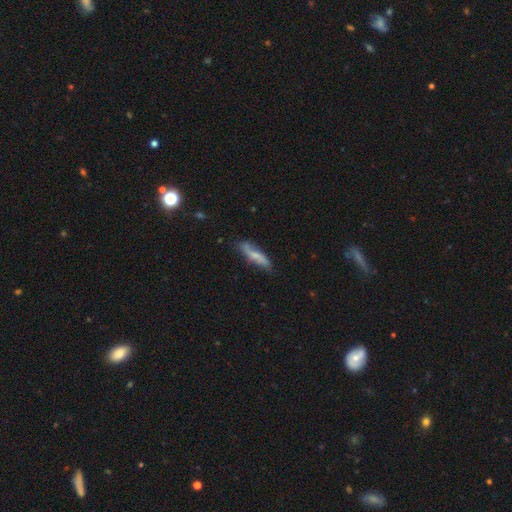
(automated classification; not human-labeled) Smooth or featured? Predicted: smooth (p=0.56). How rounded? Predicted: cigar-shaped (p=0.75). Merging? Predicted: none (p=0.72).